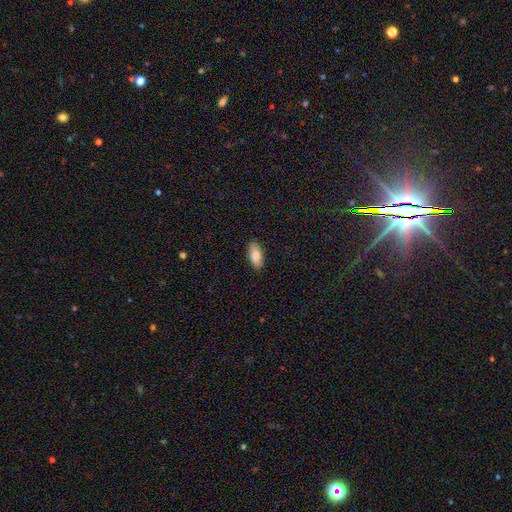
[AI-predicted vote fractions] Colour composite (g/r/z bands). It shows a smooth galaxy with no disk features (83%) that is in between round and cigar-shaped (88%). Merging: none (88%).